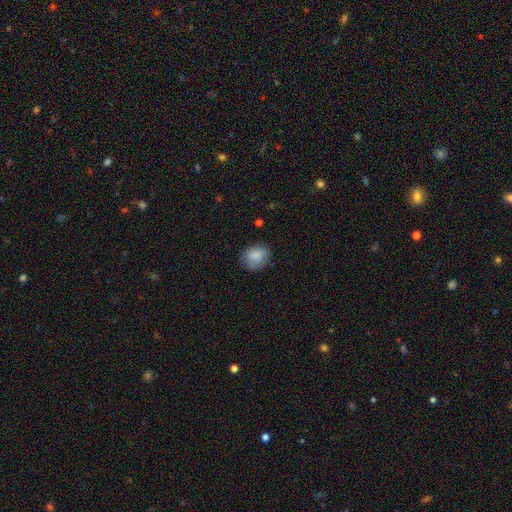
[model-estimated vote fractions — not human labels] A smooth galaxy with no disk features (86%) that is in between round and cigar-shaped (52%). Merging: none (76%).